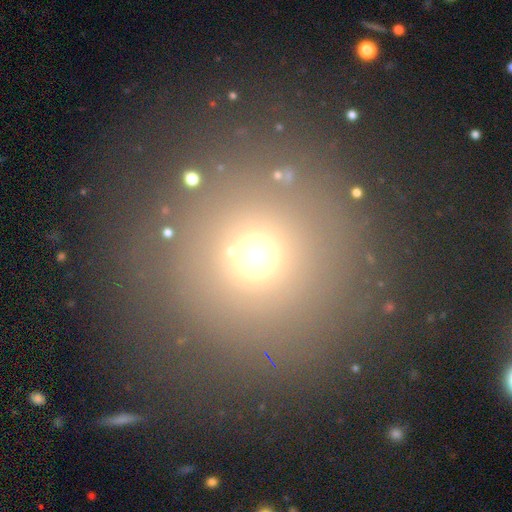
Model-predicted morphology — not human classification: Smooth or featured? Predicted: smooth (p=0.64). How rounded? Predicted: round (p=0.95). Merging? Predicted: none (p=0.84).